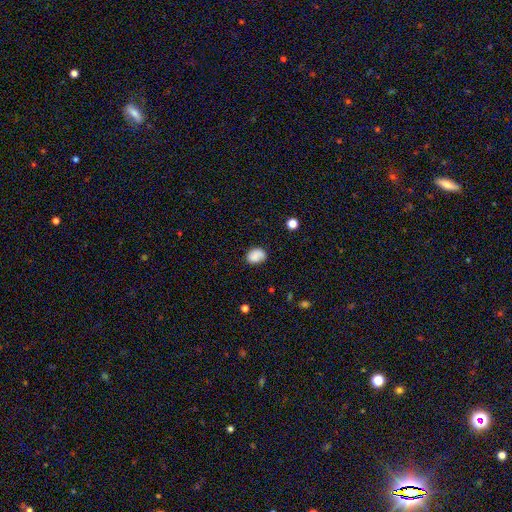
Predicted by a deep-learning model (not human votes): This appears to be a smooth galaxy with no disk features (82%) that is in between round and cigar-shaped (66%). Merging: none (73%).